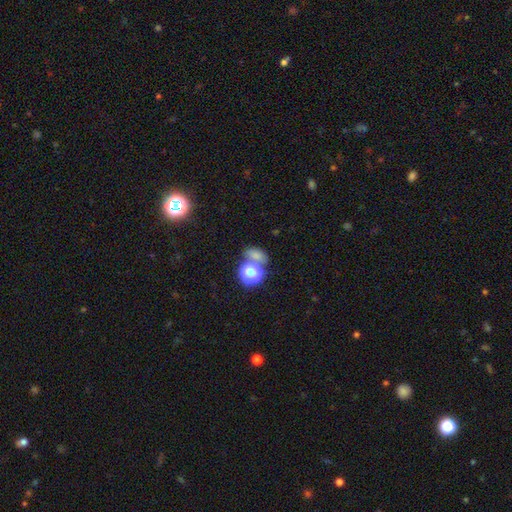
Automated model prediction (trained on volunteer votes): Smooth or featured? smooth (63%)
How rounded? in between (56%)
Merging? none (55%)